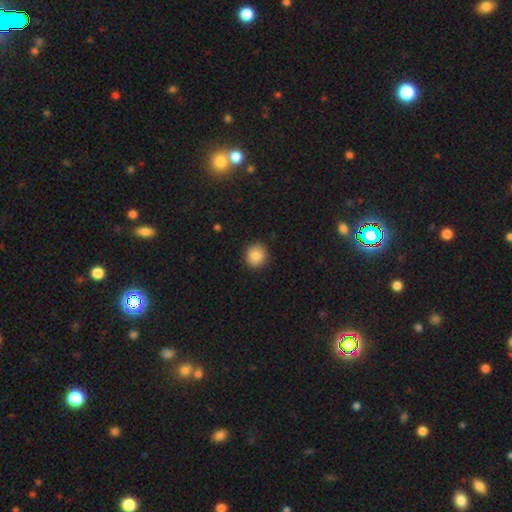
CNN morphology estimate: Smooth or featured? smooth (86%)
How rounded? round (87%)
Merging? none (91%)